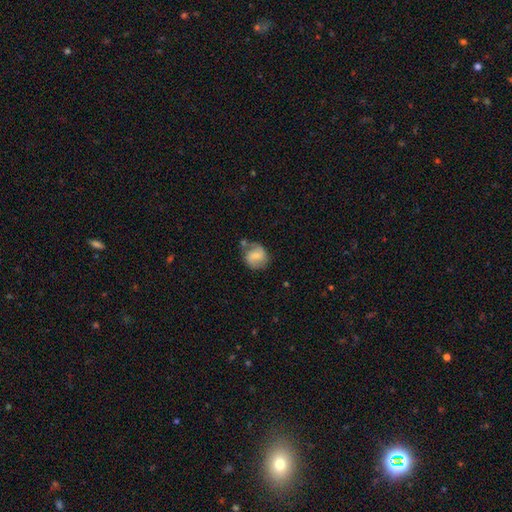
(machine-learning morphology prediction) This is possibly a featured or disk galaxy (47%). Merging: possibly none (58%).